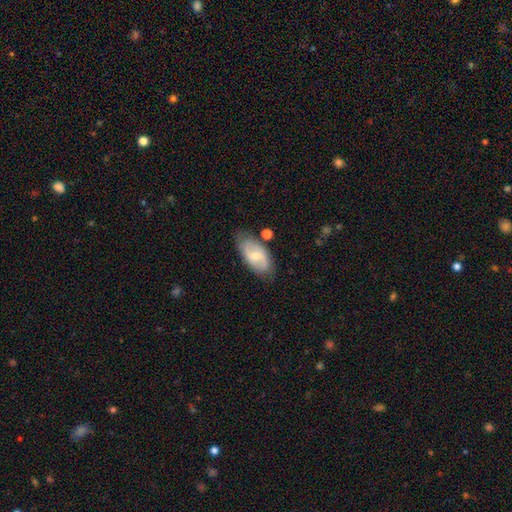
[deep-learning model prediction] smooth_or_featured: featured or disk (p=0.56) [alt: smooth p=0.38]
disk_edge_on: no (p=0.93) [alt: yes p=0.07]
bar: weak (p=0.48) [alt: no p=0.35]
has_spiral_arms: yes (p=0.75) [alt: no p=0.25]
bulge_size: small (p=0.49) [alt: moderate p=0.46]
merging: none (p=0.71) [alt: minor disturbance p=0.20]